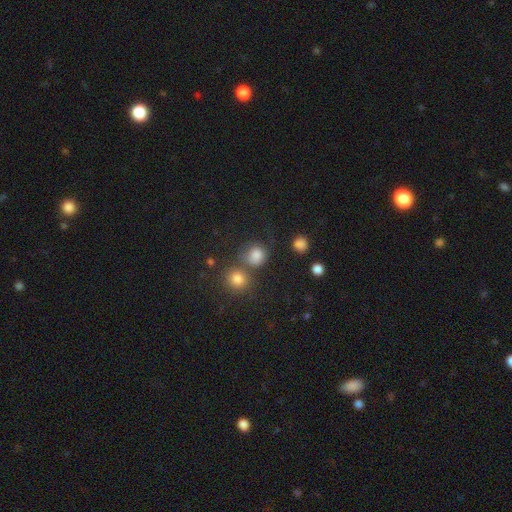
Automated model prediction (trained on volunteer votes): Smooth or featured: smooth — 74% (star or artifact — 18%)
How rounded: round — 86% (in between — 13%)
Merging: none — 61% (merger — 26%)